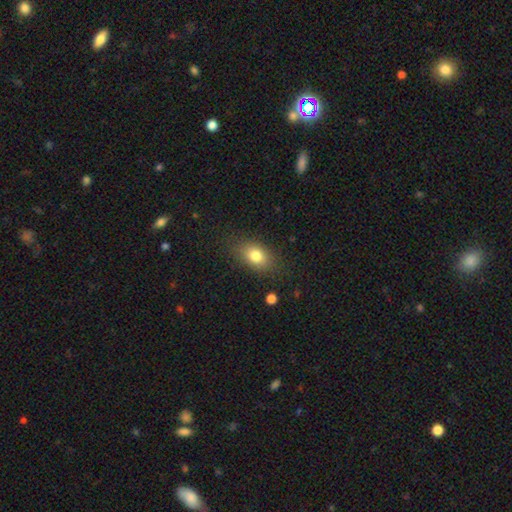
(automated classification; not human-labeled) smooth-or-featured: smooth: 81% | featured or disk: 10% | star or artifact: 9%
  how-rounded: in between: 82% | round: 15% | cigar-shaped: 2%
  merging: none: 81% | minor disturbance: 13% | major disturbance: 4% | merger: 1%